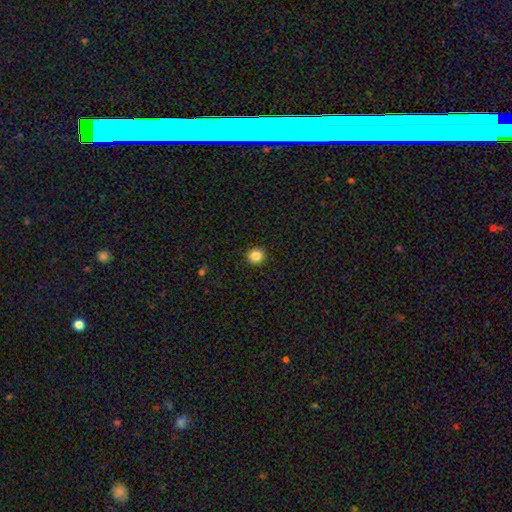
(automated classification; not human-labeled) This is clearly a smooth galaxy (86%). How rounded: clearly round (93%). Merging: clearly none (92%).